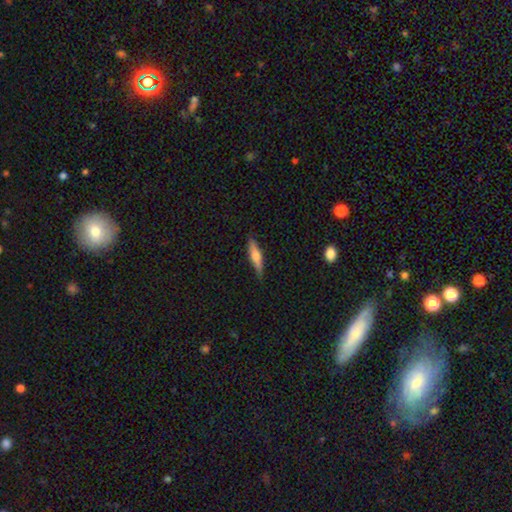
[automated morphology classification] type=smooth (51%); roundness=cigar-shaped (80%); merging=none (83%).